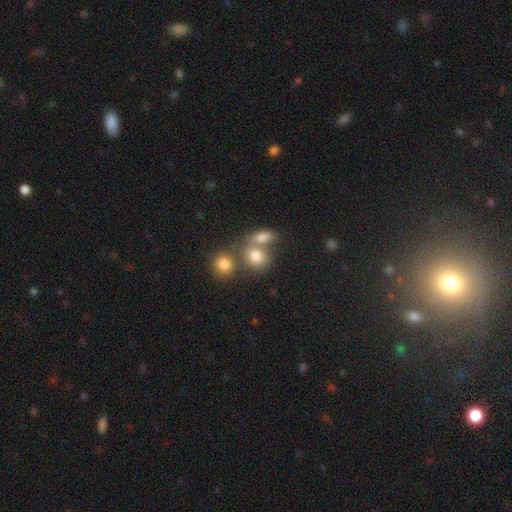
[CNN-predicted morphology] smooth_or_featured: smooth (p=0.78) [alt: star or artifact p=0.11]
how_rounded: round (p=0.64) [alt: in between p=0.35]
merging: merger (p=0.47) [alt: none p=0.40]